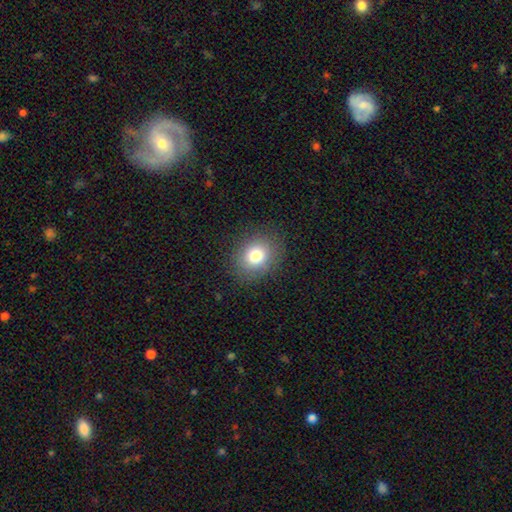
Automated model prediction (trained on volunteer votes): Smooth or featured? smooth (77%)
How rounded? round (64%)
Merging? none (86%)